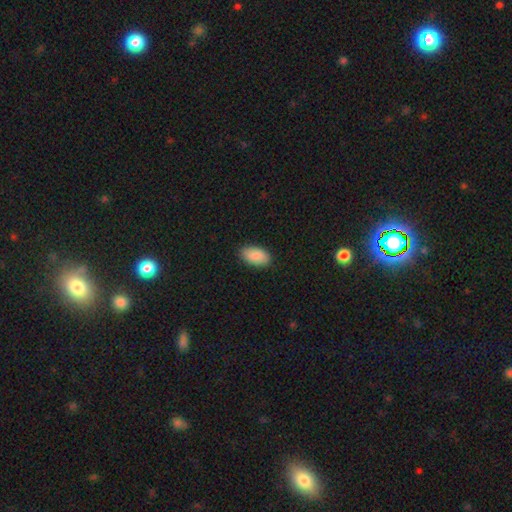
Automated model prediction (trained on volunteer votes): smooth_or_featured: smooth (p=0.90) [alt: star or artifact p=0.06]
how_rounded: in between (p=0.95) [alt: round p=0.03]
merging: none (p=0.88) [alt: minor disturbance p=0.09]